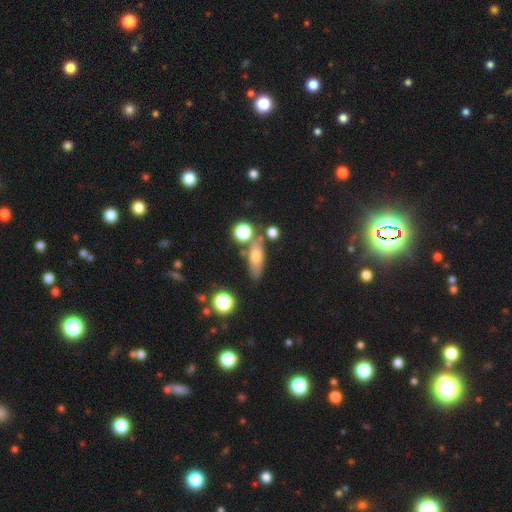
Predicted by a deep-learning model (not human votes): Overall: smooth (61%; featured or disk 28%). How rounded: in between (54%; cigar-shaped 37%). Merging: none (69%).